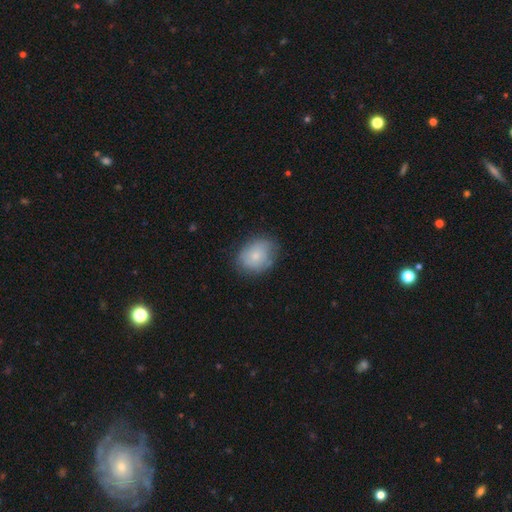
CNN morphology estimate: Smooth or featured? smooth (70%)
How rounded? in between (50%)
Merging? none (71%)